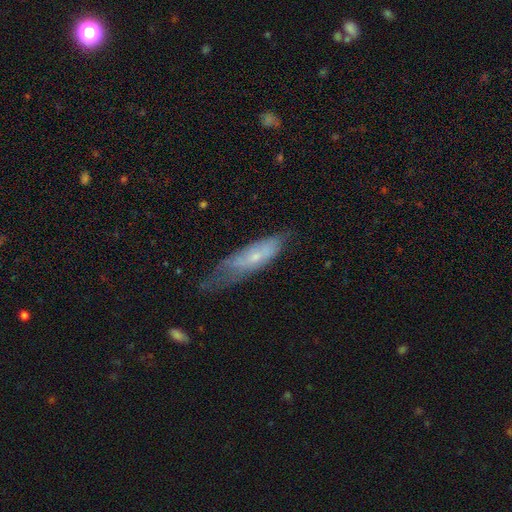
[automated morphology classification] A smooth galaxy with no disk features (48%).

Vote fractions:
- Smooth or featured? smooth: 48% / featured or disk: 45% / star or artifact: 8%
- Merging? none: 39% / minor disturbance: 35% / major disturbance: 23% / merger: 2%